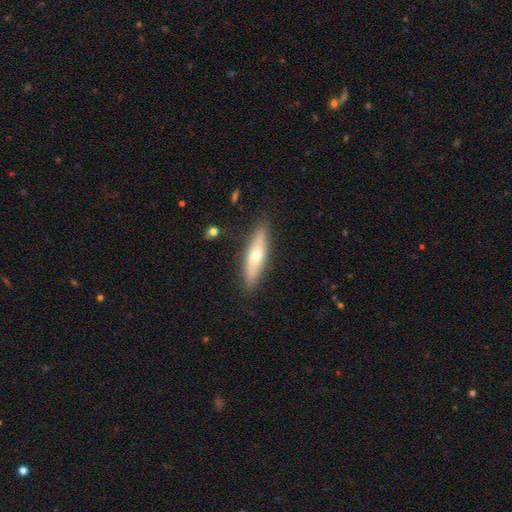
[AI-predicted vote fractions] Smooth or featured? smooth (51%)
How rounded? cigar-shaped (70%)
Merging? none (87%)